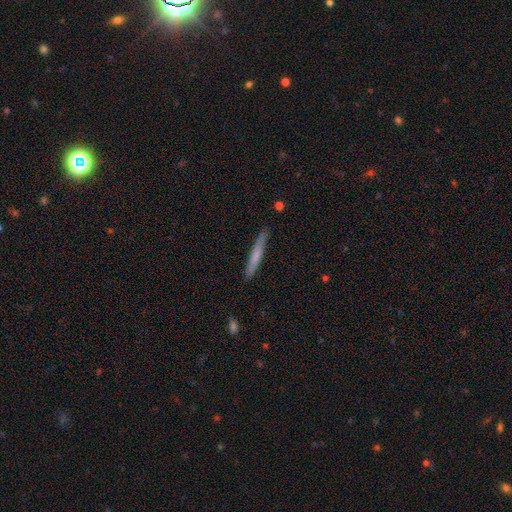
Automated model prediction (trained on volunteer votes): Overall: smooth (62%; featured or disk 32%). How rounded: cigar-shaped (96%). Merging: none (89%).